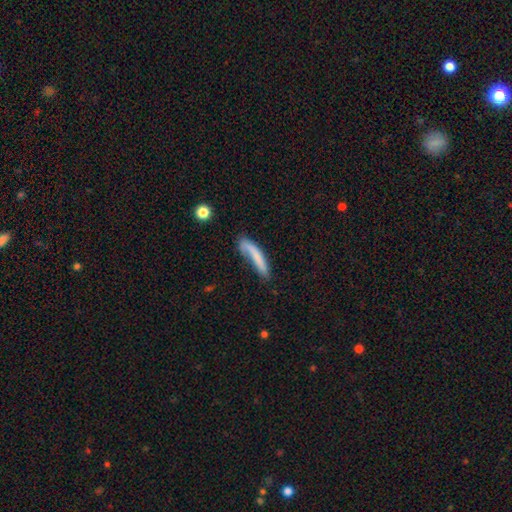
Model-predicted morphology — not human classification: Smooth or featured?
  - smooth: 69% *
  - featured or disk: 24%
  - star or artifact: 7%
How rounded?
  - cigar-shaped: 86% *
  - in between: 12%
  - round: 2%
Merging?
  - none: 46% *
  - minor disturbance: 27%
  - major disturbance: 19%
  - merger: 7%